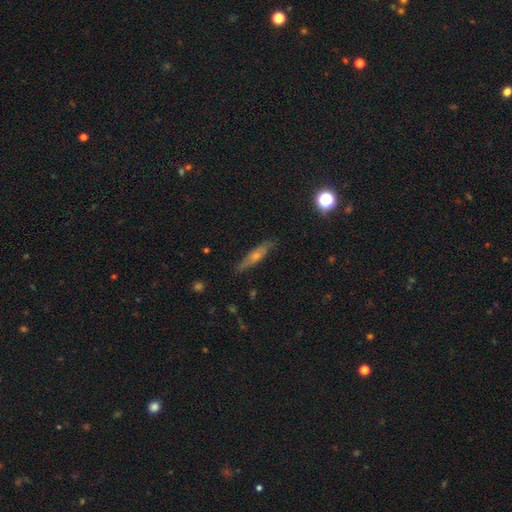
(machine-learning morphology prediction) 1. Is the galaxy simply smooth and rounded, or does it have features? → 56% featured or disk, 33% smooth, 11% star or artifact.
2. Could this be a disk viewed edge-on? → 84% yes, 16% no.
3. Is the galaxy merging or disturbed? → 85% none, 11% minor disturbance, 2% major disturbance, 1% merger.